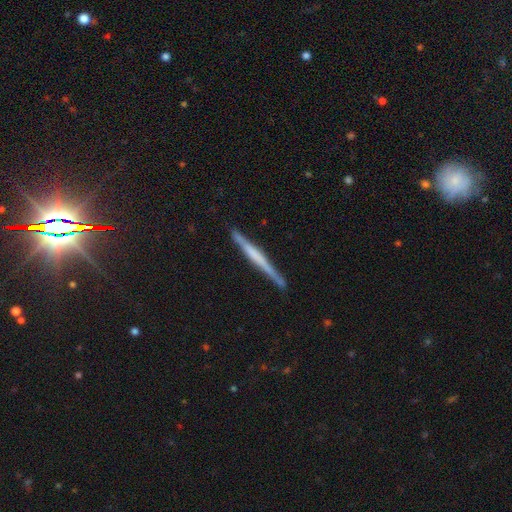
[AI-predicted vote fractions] Morphology: type=featured or disk (63%); edge-on=yes (97%); edge-on bulge=none (55%); merging=none (86%).